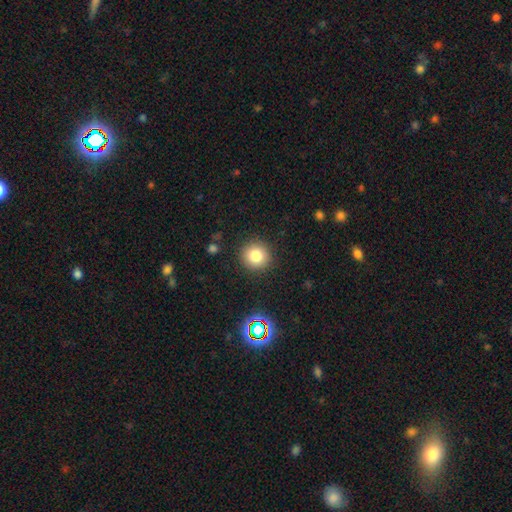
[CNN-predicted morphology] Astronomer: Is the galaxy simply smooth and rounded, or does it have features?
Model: smooth — 80%.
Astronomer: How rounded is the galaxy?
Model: round — 93%.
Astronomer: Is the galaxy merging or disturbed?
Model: none — 90%.